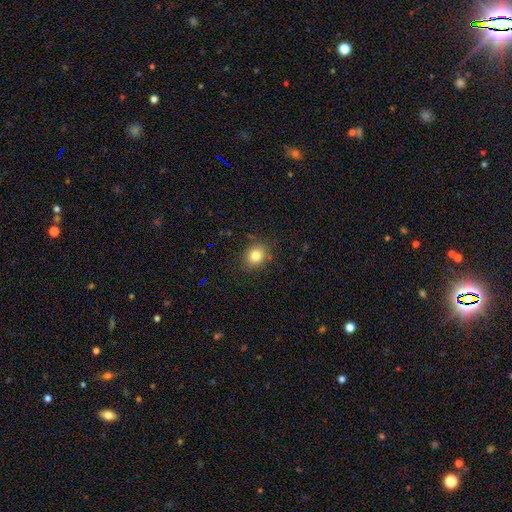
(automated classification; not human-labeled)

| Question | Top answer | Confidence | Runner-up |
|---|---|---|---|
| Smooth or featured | smooth | 80% | star or artifact (12%) |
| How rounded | round | 69% | in between (30%) |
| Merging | none | 85% | minor disturbance (10%) |